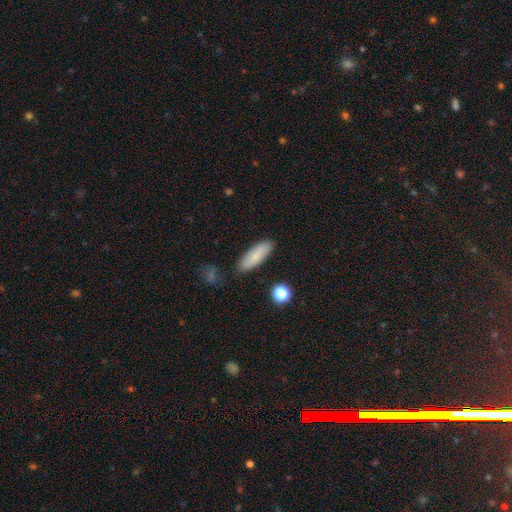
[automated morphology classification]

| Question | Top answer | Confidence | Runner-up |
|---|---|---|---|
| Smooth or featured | smooth | 77% | featured or disk (15%) |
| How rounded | in between | 54% | cigar-shaped (43%) |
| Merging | none | 84% | minor disturbance (11%) |